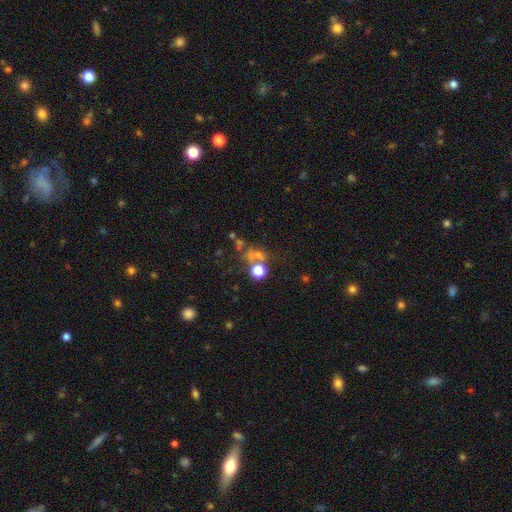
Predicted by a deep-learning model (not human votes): Smooth or featured?
  - smooth: 48% *
  - star or artifact: 31%
  - featured or disk: 21%
Merging?
  - none: 43% *
  - merger: 34%
  - major disturbance: 13%
  - minor disturbance: 10%